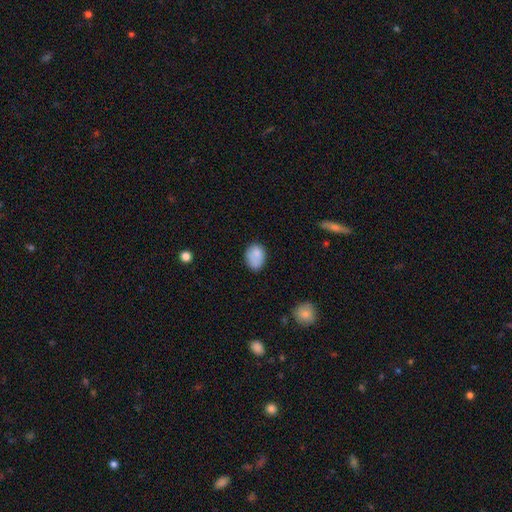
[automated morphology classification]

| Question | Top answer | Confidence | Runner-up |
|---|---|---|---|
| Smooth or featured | smooth | 84% | star or artifact (9%) |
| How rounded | in between | 75% | round (24%) |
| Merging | none | 65% | minor disturbance (25%) |